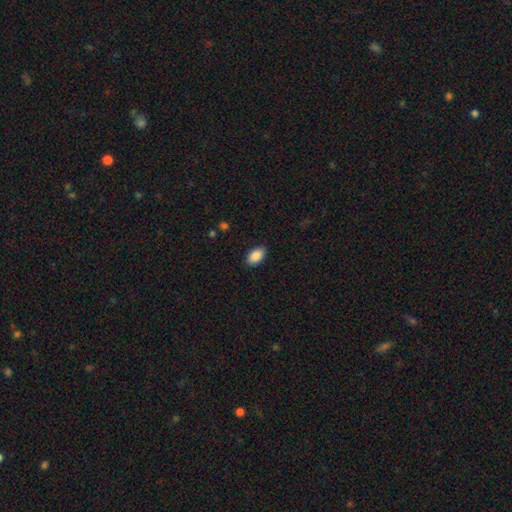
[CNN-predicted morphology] Smooth or featured?
  - smooth: 88% *
  - star or artifact: 7%
  - featured or disk: 5%
How rounded?
  - in between: 93% *
  - round: 6%
  - cigar-shaped: 1%
Merging?
  - none: 87% *
  - minor disturbance: 10%
  - major disturbance: 2%
  - merger: 1%